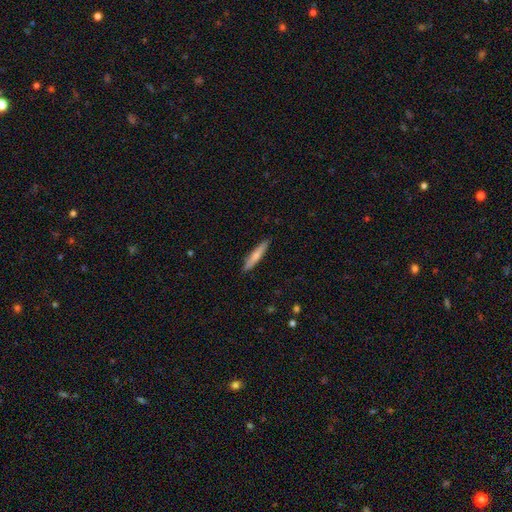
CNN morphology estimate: type=smooth (70%); roundness=cigar-shaped (92%); merging=none (90%).